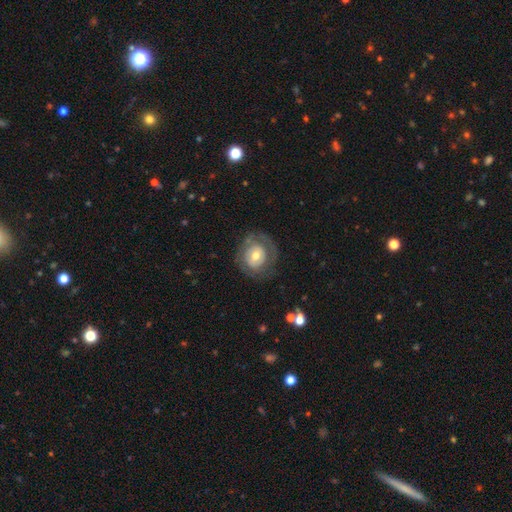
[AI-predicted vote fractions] smooth_or_featured: featured or disk (p=0.53) [alt: smooth p=0.41]
disk_edge_on: no (p=0.96) [alt: yes p=0.04]
bar: no (p=0.76) [alt: weak p=0.19]
has_spiral_arms: no (p=0.56) [alt: yes p=0.44]
bulge_size: moderate (p=0.63) [alt: small p=0.25]
merging: none (p=0.68) [alt: minor disturbance p=0.18]